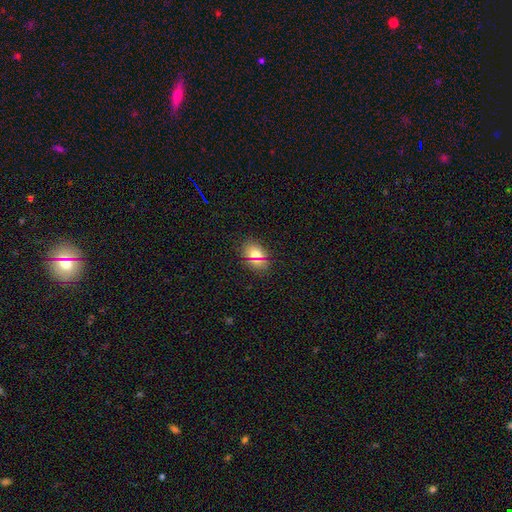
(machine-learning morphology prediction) This is likely a smooth galaxy (72%). How rounded: likely in between (64%). Merging: clearly none (87%).